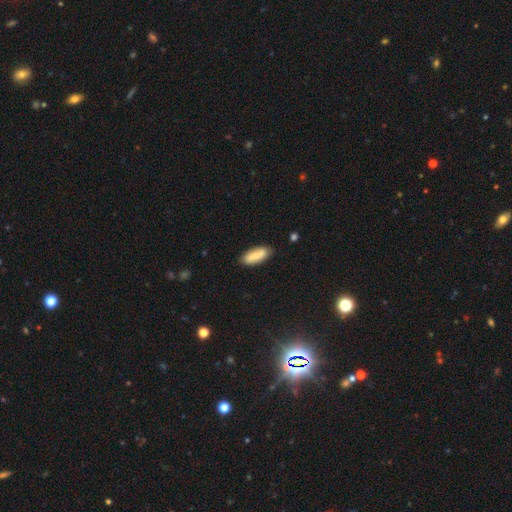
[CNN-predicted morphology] This appears to be a smooth galaxy with no disk features (75%) that is in between round and cigar-shaped (71%). Merging: none (83%).